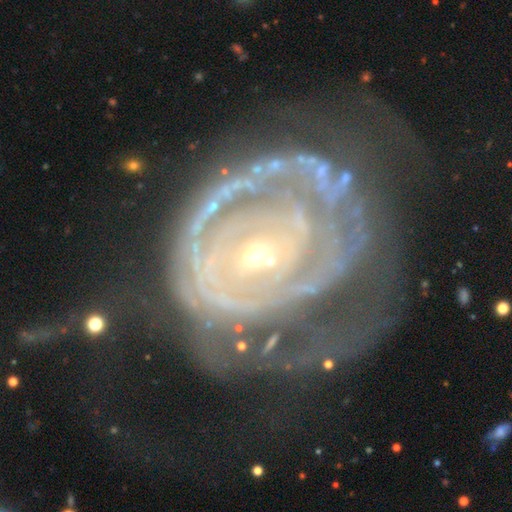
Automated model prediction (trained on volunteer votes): The model was most divided on "merging": major disturbance: 38%, none: 37%, minor disturbance: 20%, merger: 4%. Remaining: edge-on disk — no (97%); smooth or featured — featured or disk (86%); spiral arms — yes (85%); spiral winding — tight (73%); bulge size — small (73%); bar — no (59%); spiral arm count — can't tell (44%).